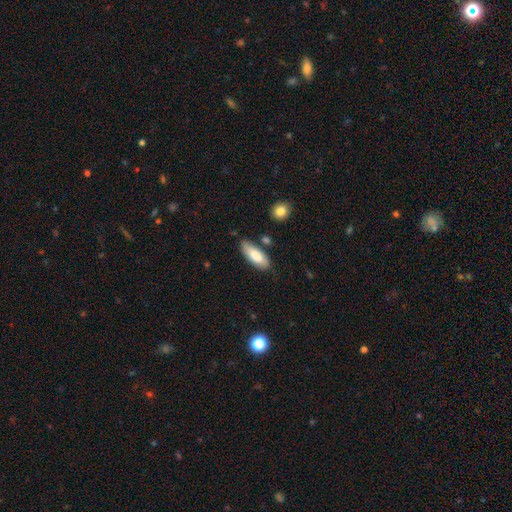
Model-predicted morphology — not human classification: The model was most divided on "how rounded": in between: 72%, cigar-shaped: 26%, round: 2%. More confident: smooth or featured — smooth (82%); merging — none (76%).